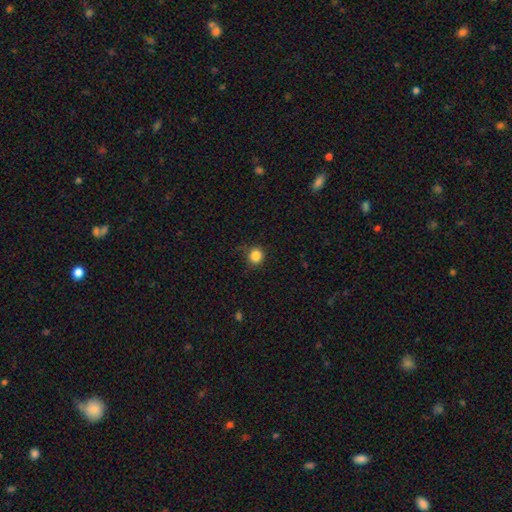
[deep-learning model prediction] Overall: smooth (85%). How rounded: round (90%). Merging: none (82%).